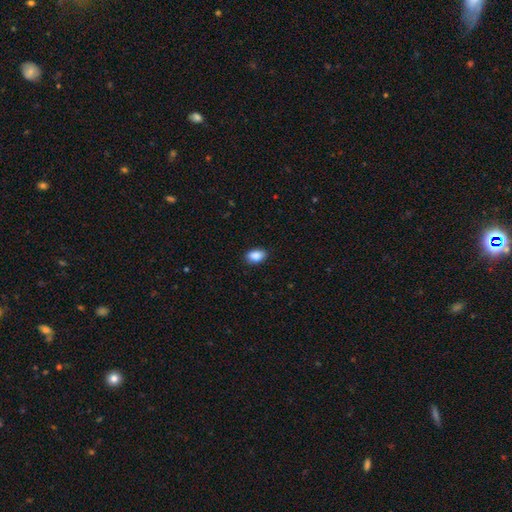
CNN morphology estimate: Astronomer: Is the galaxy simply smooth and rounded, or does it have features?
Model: smooth — 89%.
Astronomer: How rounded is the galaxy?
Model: in between — 87%.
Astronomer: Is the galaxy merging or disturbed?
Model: none — 86%.